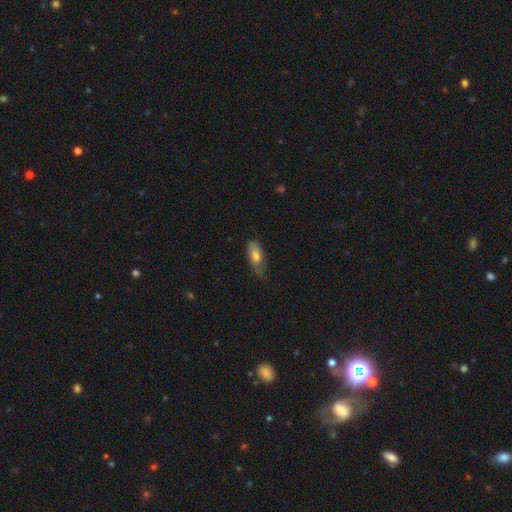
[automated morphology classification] A smooth galaxy with no disk features (67%) that is in between round and cigar-shaped (65%).

Vote fractions:
- Smooth or featured? smooth: 67% / featured or disk: 26% / star or artifact: 7%
- How rounded? in between: 65% / cigar-shaped: 32% / round: 3%
- Merging? none: 55% / minor disturbance: 33% / major disturbance: 11% / merger: 2%